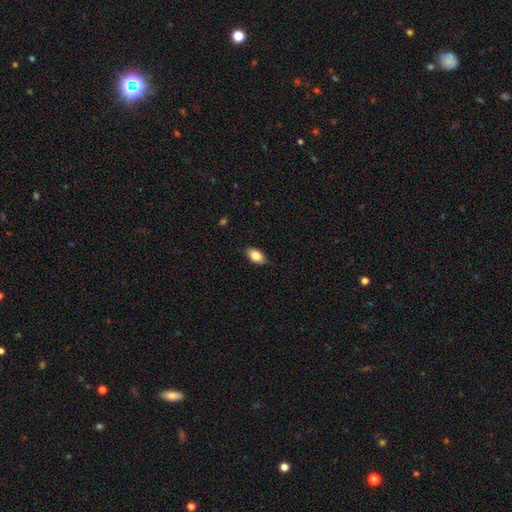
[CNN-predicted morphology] Smooth or featured? smooth (83%)
How rounded? in between (92%)
Merging? none (85%)